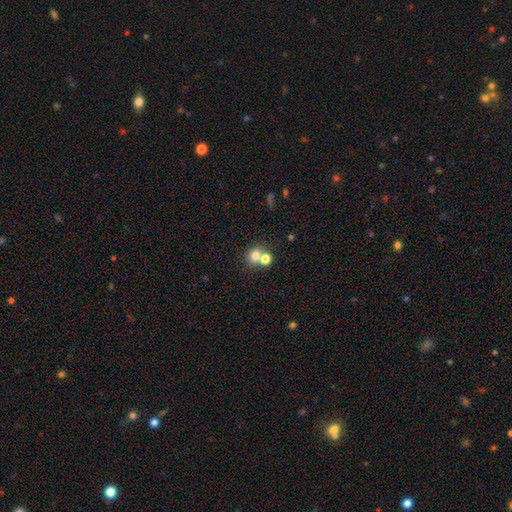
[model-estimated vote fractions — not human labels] smooth-or-featured: smooth: 74% | star or artifact: 14% | featured or disk: 13%
  how-rounded: round: 78% | in between: 21% | cigar-shaped: 1%
  merging: none: 46% | merger: 44% | minor disturbance: 7% | major disturbance: 3%